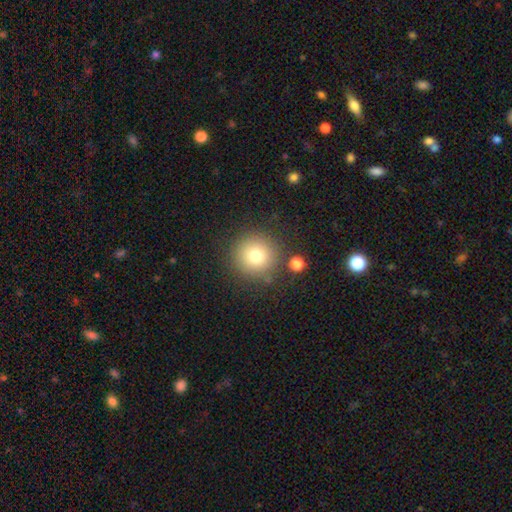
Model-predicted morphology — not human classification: Overall: smooth (77%). How rounded: round (95%). Merging: none (84%).